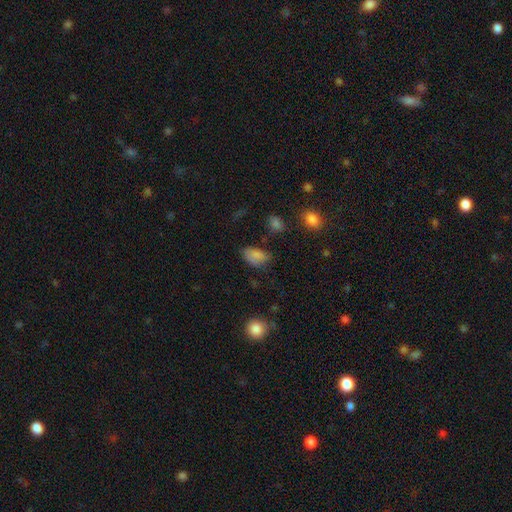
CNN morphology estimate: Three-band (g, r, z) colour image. It shows a smooth galaxy with no disk features (81%) that is in between round and cigar-shaped (90%). Merging: none (60%).